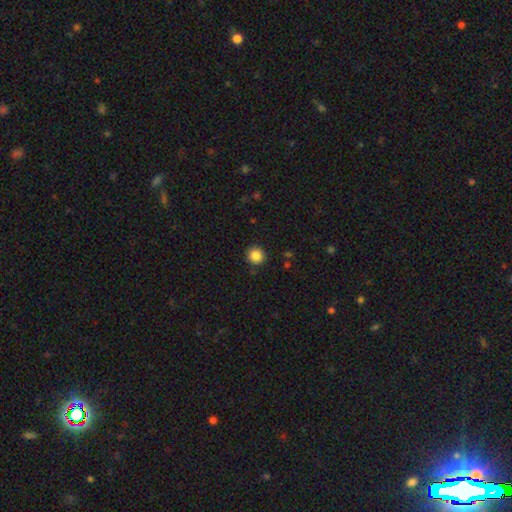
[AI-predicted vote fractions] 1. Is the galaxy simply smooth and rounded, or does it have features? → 86% smooth, 10% star or artifact, 4% featured or disk.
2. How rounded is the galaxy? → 93% round, 6% in between, 1% cigar-shaped.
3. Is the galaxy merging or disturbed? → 90% none, 6% minor disturbance, 2% major disturbance, 1% merger.